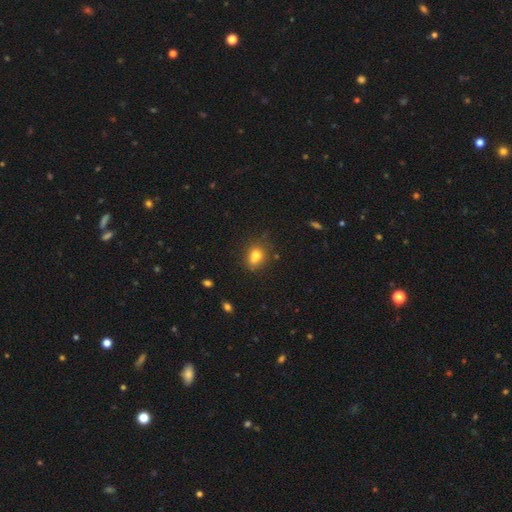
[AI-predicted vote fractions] Smooth or featured?
  - smooth: 75% *
  - featured or disk: 13%
  - star or artifact: 13%
How rounded?
  - in between: 55% *
  - round: 43%
  - cigar-shaped: 2%
Merging?
  - none: 51% *
  - minor disturbance: 21%
  - merger: 20%
  - major disturbance: 7%